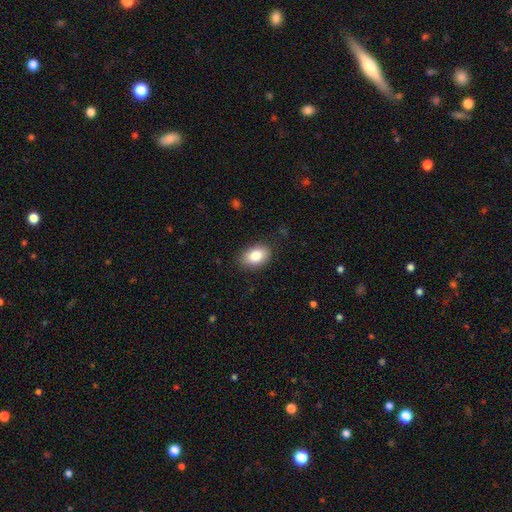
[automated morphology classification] This is clearly a smooth galaxy (85%). How rounded: clearly in between (87%). Merging: clearly none (85%).